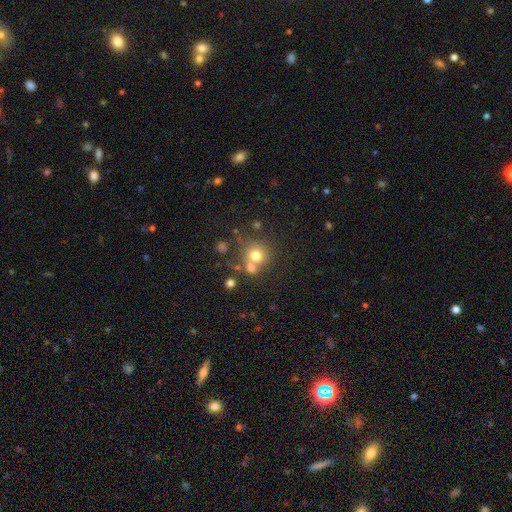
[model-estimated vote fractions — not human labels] Smooth or featured?
  - smooth: 72% *
  - star or artifact: 14%
  - featured or disk: 13%
How rounded?
  - round: 87% *
  - in between: 12%
  - cigar-shaped: 1%
Merging?
  - none: 54% *
  - merger: 32%
  - minor disturbance: 10%
  - major disturbance: 5%